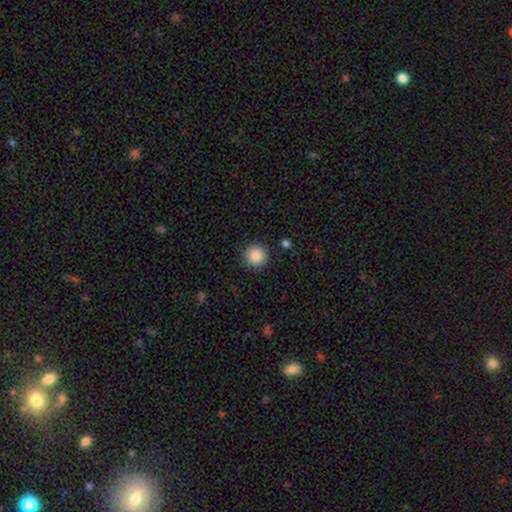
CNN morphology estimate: type=smooth (87%); roundness=round (95%); merging=none (91%).